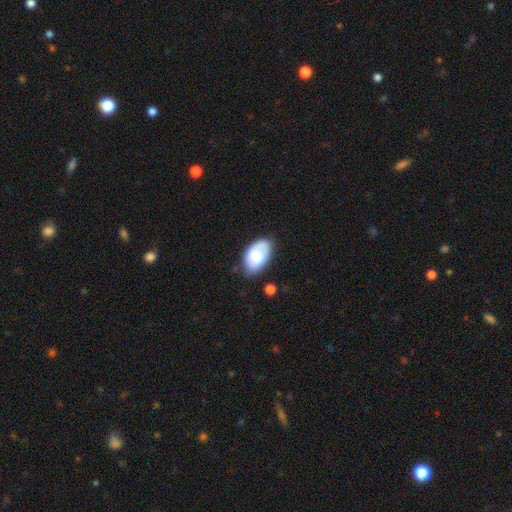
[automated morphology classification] type=smooth (73%); roundness=in between (94%); merging=none (68%).